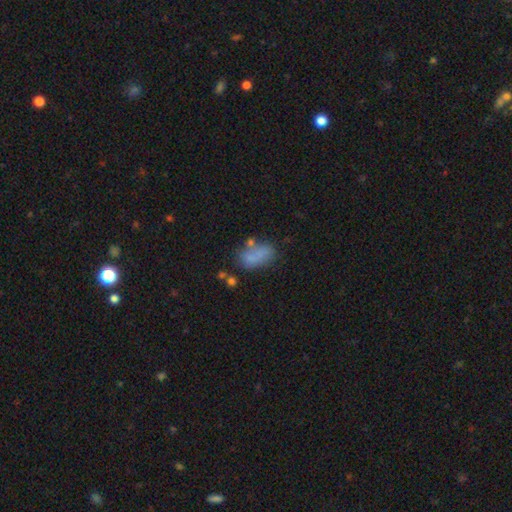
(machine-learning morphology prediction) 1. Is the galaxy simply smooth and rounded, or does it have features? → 73% smooth, 15% featured or disk, 12% star or artifact.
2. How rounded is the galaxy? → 86% in between, 7% round, 7% cigar-shaped.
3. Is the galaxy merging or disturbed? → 51% none, 23% minor disturbance, 14% merger, 12% major disturbance.